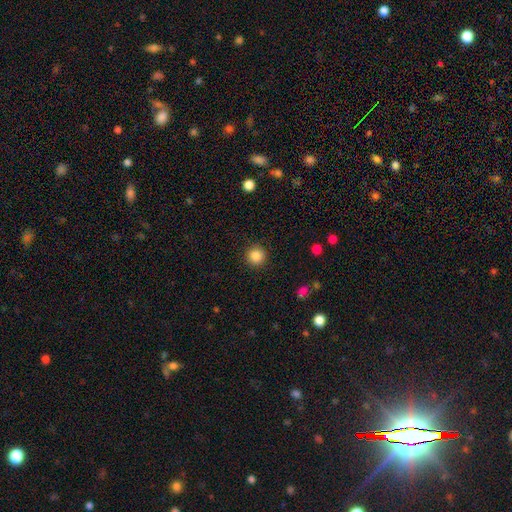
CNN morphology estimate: Q: Smooth or featured?
A: smooth (86%); runner-up: star or artifact (11%)
Q: How rounded?
A: round (95%); runner-up: in between (4%)
Q: Merging?
A: none (91%); runner-up: minor disturbance (5%)